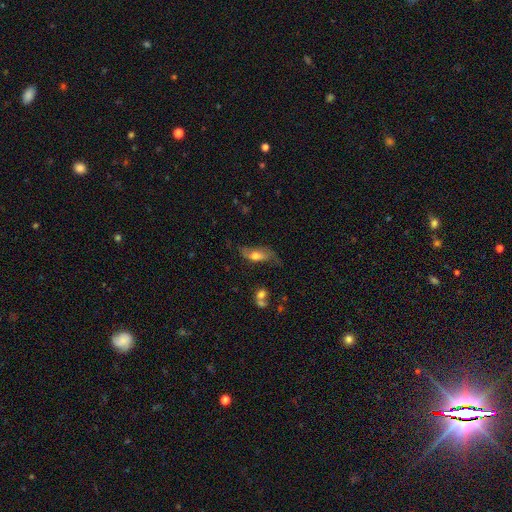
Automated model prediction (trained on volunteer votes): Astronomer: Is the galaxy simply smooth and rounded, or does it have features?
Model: smooth — 51% (runner-up: featured or disk, 41%).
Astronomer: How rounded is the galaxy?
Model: in between — 73%.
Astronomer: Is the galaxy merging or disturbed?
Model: none — 49% (runner-up: minor disturbance, 29%).